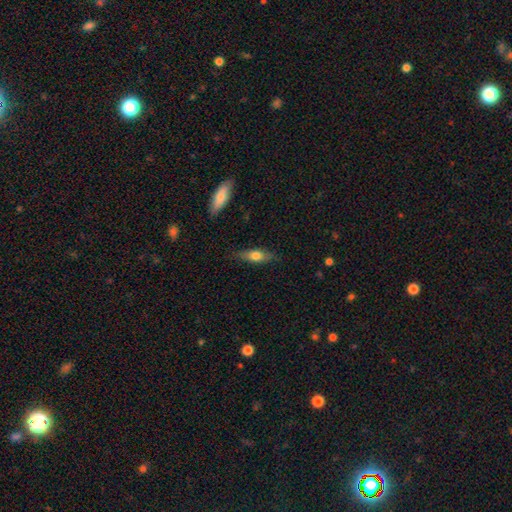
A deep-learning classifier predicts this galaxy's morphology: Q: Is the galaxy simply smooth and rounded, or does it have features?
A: smooth — 59%.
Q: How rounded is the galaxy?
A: in between — 50%.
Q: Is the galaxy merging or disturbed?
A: none — 83%.